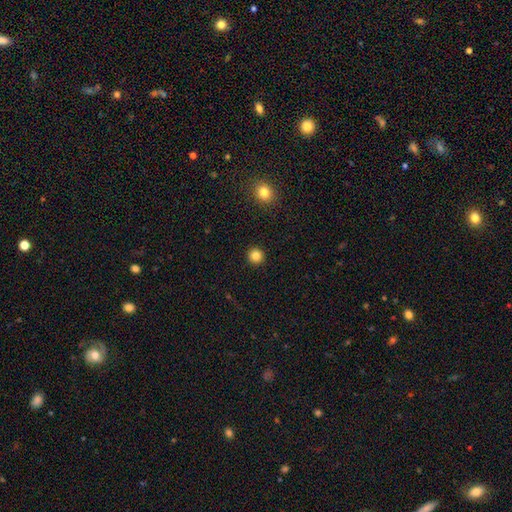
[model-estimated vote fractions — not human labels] smooth 83%, star or artifact 12%, featured or disk 5%. Down the decision tree: how rounded — round (94%); merging — none (93%).